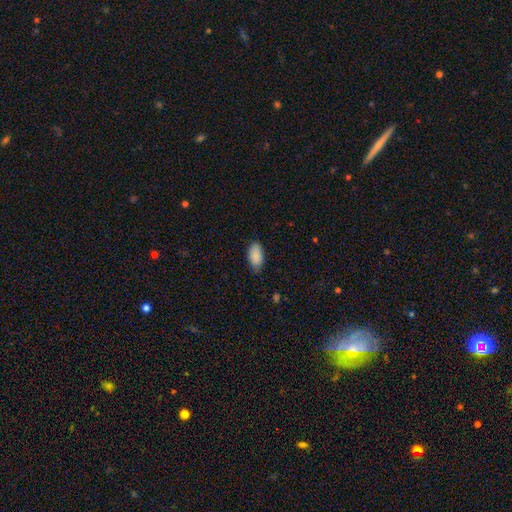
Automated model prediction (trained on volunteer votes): The model was most divided on "merging": none: 80%, minor disturbance: 17%, major disturbance: 3%, merger: 1%. More confident: how rounded — in between (94%); smooth or featured — smooth (90%).